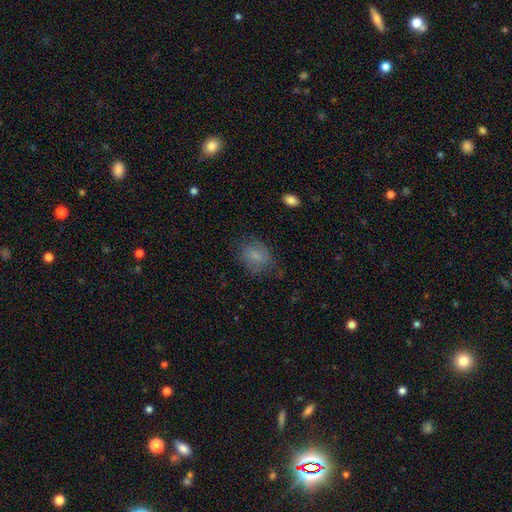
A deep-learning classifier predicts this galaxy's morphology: This appears to be a smooth galaxy with no disk features (74%) that is in between round and cigar-shaped (61%). Merging: none (69%).